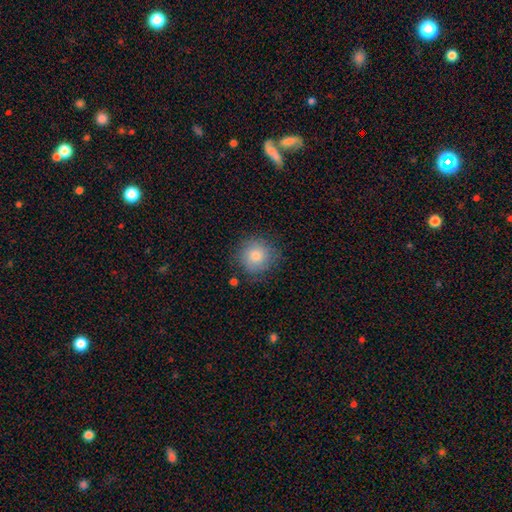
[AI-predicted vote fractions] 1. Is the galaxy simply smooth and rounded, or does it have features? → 80% smooth, 11% featured or disk, 10% star or artifact.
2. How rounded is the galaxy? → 92% round, 7% in between, 1% cigar-shaped.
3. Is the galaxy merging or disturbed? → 81% none, 13% minor disturbance, 4% major disturbance, 2% merger.